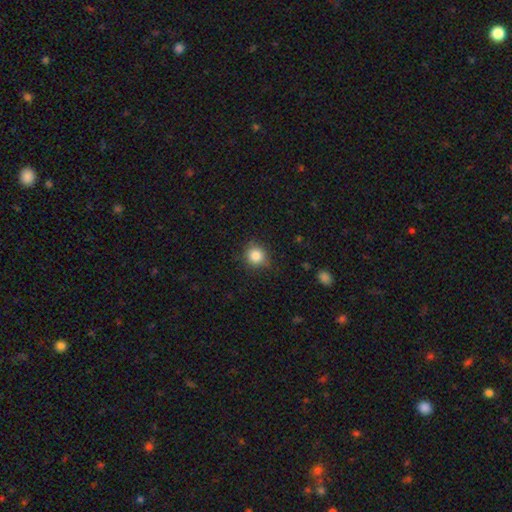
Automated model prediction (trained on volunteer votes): This appears to be a smooth galaxy with no disk features (85%) that is round (90%). Merging: none (83%).